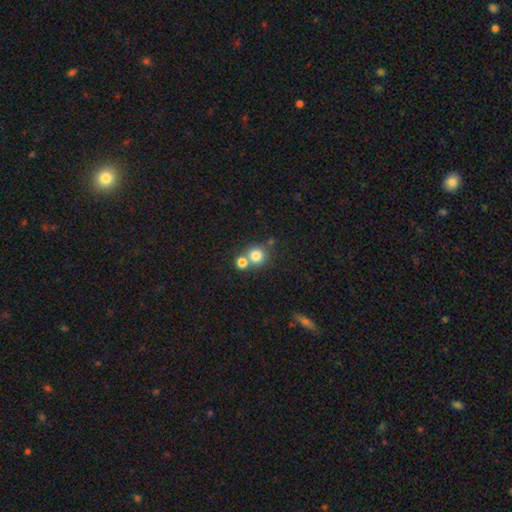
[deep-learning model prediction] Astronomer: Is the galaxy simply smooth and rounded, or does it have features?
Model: smooth — 79%.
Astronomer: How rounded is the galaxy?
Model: round — 90%.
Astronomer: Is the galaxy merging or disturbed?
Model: none — 53% (runner-up: merger, 37%).